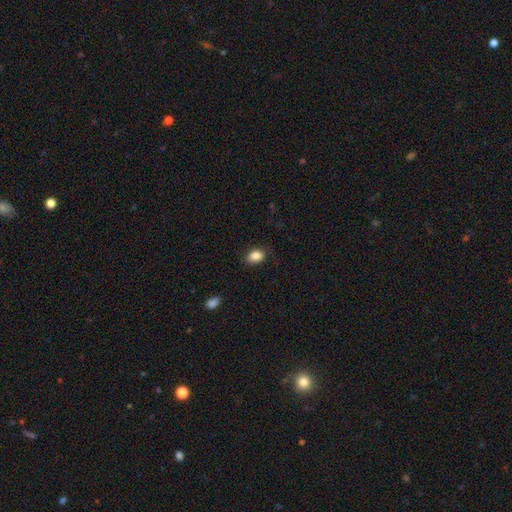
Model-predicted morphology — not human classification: This is clearly a smooth galaxy (86%). How rounded: likely in between (71%). Merging: likely none (79%).